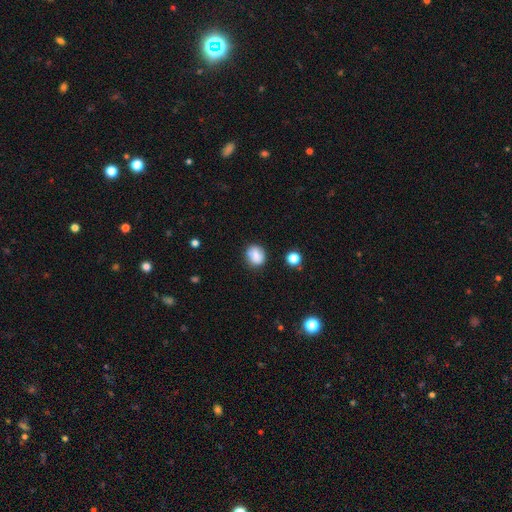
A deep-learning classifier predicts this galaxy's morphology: This appears to be a smooth galaxy with no disk features (79%) that is round (60%). Merging: none (71%).